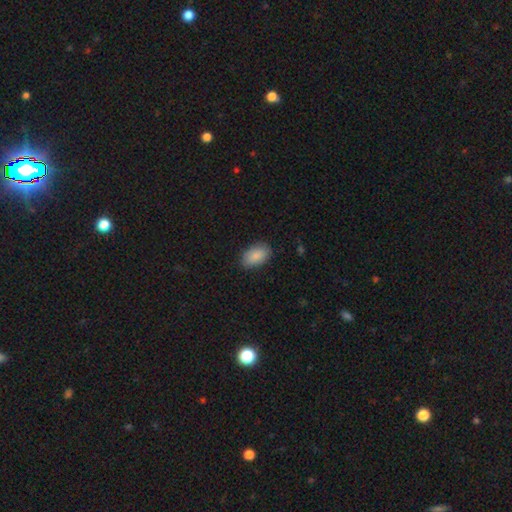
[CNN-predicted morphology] Smooth or featured?
  - smooth: 88% *
  - star or artifact: 6%
  - featured or disk: 5%
How rounded?
  - in between: 93% *
  - round: 6%
  - cigar-shaped: 1%
Merging?
  - none: 85% *
  - minor disturbance: 11%
  - major disturbance: 2%
  - merger: 1%